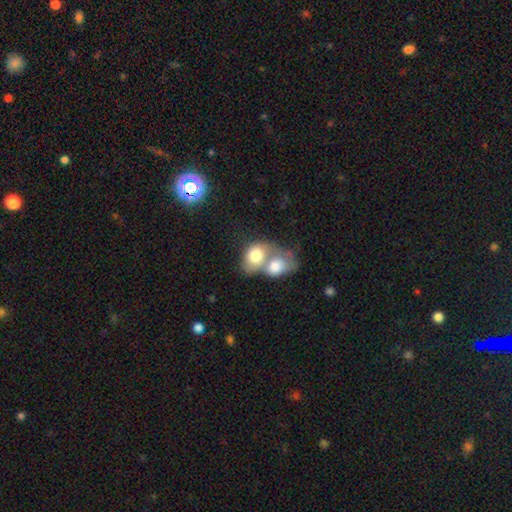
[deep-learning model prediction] smooth_or_featured: smooth (p=0.73) [alt: featured or disk p=0.20]
how_rounded: in between (p=0.67) [alt: round p=0.31]
merging: merger (p=0.77) [alt: none p=0.12]